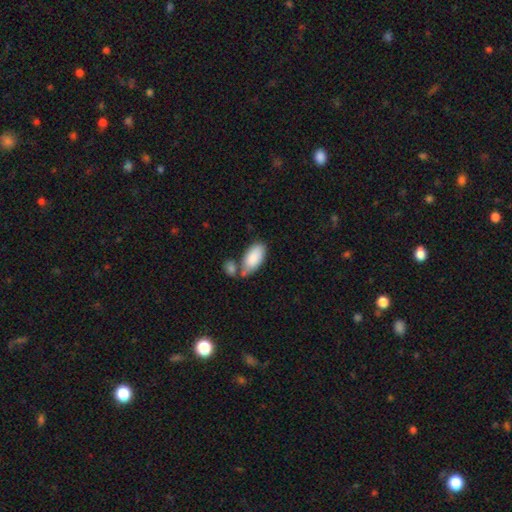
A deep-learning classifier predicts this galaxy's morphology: smooth 86%, featured or disk 8%, star or artifact 6%. Down the decision tree: how rounded — in between (94%); merging — none (47%).